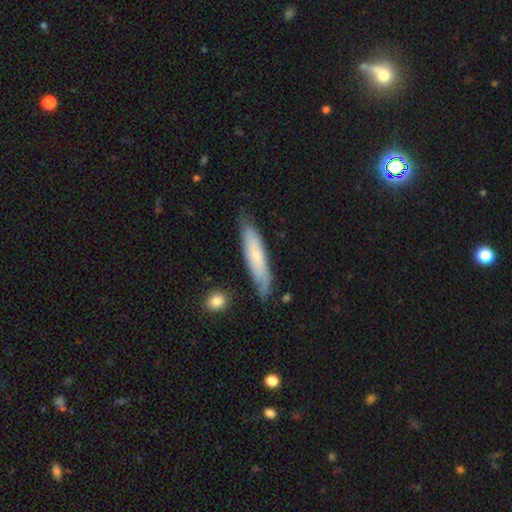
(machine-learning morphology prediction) Smooth or featured? Predicted: smooth (p=0.60). How rounded? Predicted: cigar-shaped (p=0.78). Merging? Predicted: none (p=0.68).